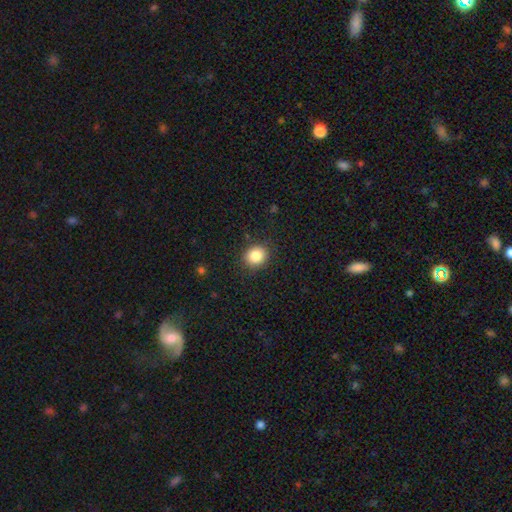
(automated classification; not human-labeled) A smooth galaxy with no disk features (85%) that is round (71%).

Vote fractions:
- Smooth or featured? smooth: 85% / star or artifact: 10% / featured or disk: 5%
- How rounded? round: 71% / in between: 28% / cigar-shaped: 1%
- Merging? none: 87% / minor disturbance: 9% / major disturbance: 3% / merger: 1%